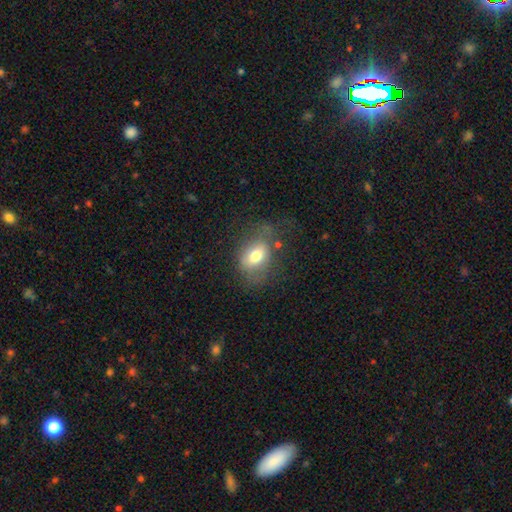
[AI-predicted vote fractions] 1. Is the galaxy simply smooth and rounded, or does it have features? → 69% smooth, 21% featured or disk, 10% star or artifact.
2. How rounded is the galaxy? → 72% in between, 26% round, 2% cigar-shaped.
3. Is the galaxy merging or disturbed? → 52% none, 24% minor disturbance, 20% major disturbance, 4% merger.